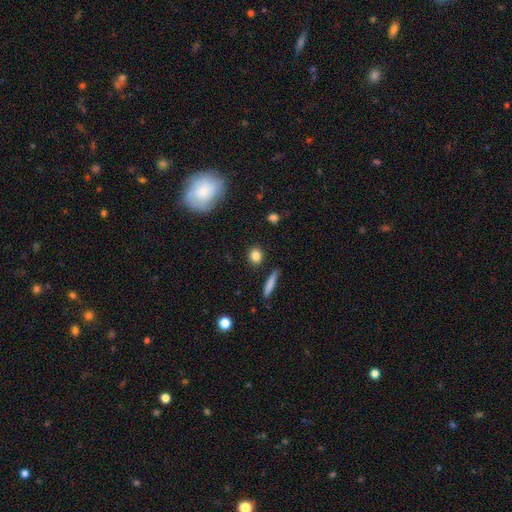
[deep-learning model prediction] Smooth or featured? smooth (83%)
How rounded? round (76%)
Merging? none (89%)